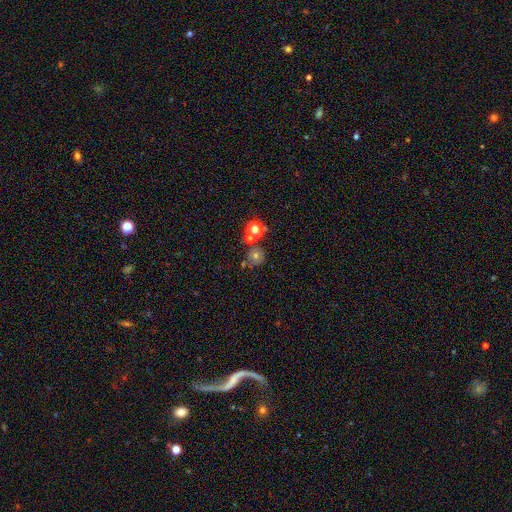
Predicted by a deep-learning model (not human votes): smooth 65%, star or artifact 22%, featured or disk 12%. Down the decision tree: how rounded — round (90%); merging — none (68%).